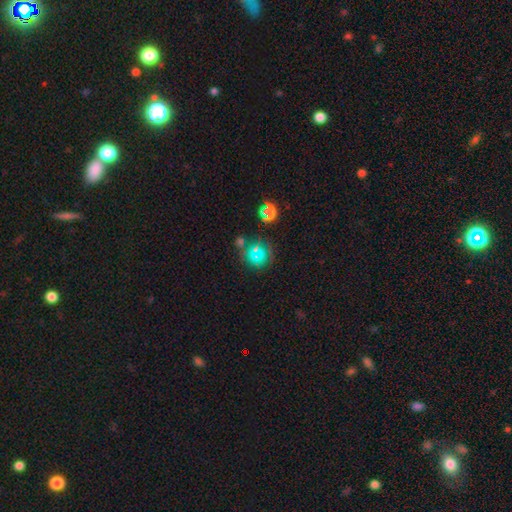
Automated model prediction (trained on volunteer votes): Smooth or featured?
  - smooth: 48% *
  - star or artifact: 28%
  - featured or disk: 24%
Merging?
  - none: 61% *
  - minor disturbance: 16%
  - merger: 14%
  - major disturbance: 10%